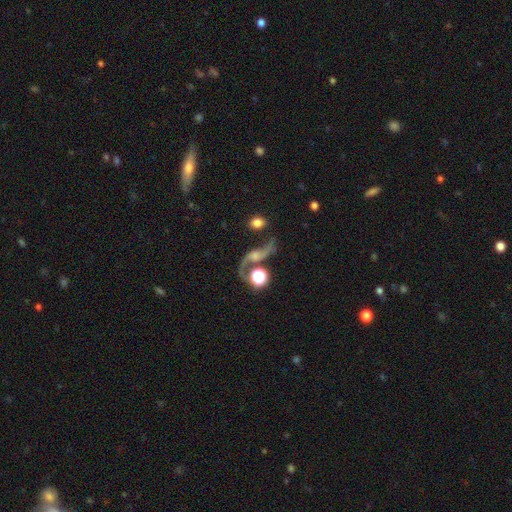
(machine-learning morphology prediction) Overall: featured or disk (74%). Edge-on disk: no (92%). Bar: no (61%; weak 27%). Spiral arms: yes (91%). Spiral arm count: 2 (88%). Spiral winding: loose (80%). Bulge size: moderate (41%; small 25%). Merging: none (51%; merger 18%).